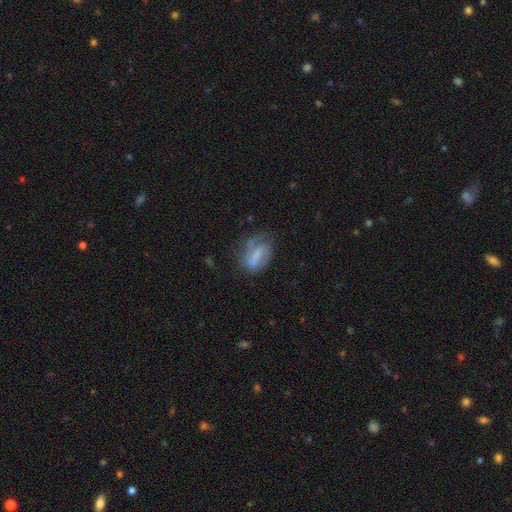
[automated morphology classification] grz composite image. It shows a featured or disk galaxy (48%). Merging: none (46%).